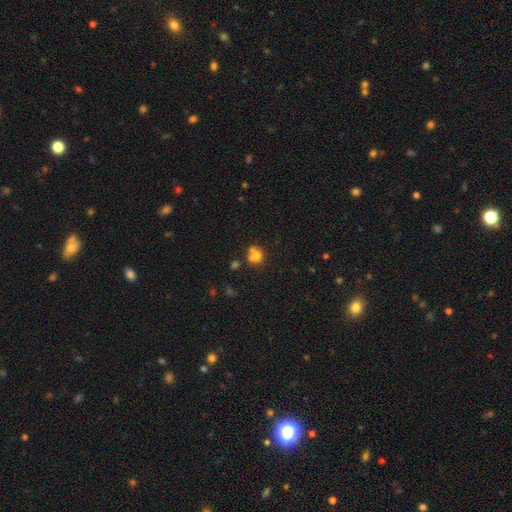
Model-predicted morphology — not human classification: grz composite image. It shows a smooth galaxy with no disk features (69%) that is round (72%). Merging: merger (47%).